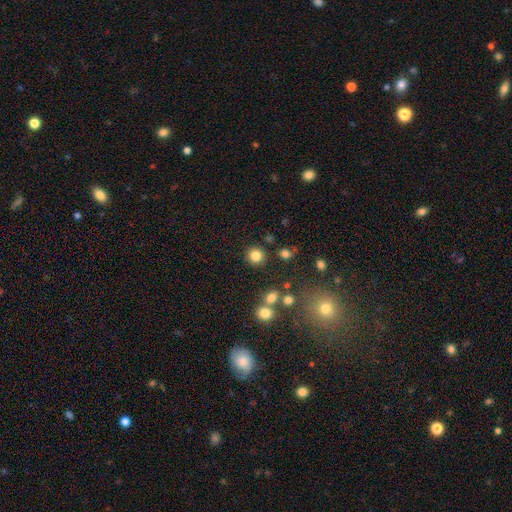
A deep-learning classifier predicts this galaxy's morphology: Overall: smooth (82%). How rounded: round (92%). Merging: none (87%).